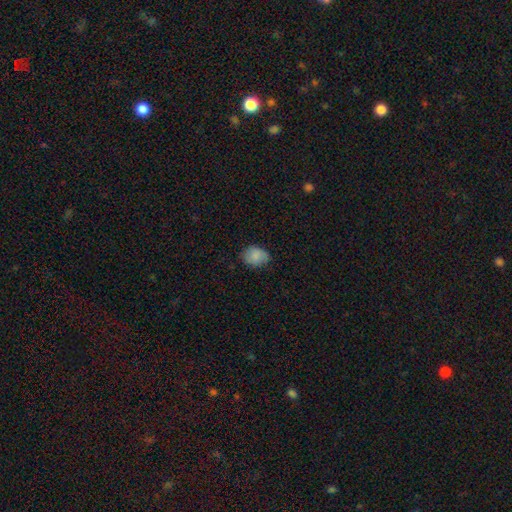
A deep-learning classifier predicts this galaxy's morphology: The model was most divided on "how rounded": in between: 58%, round: 41%, cigar-shaped: 1%. More confident: smooth or featured — smooth (83%); merging — none (73%).